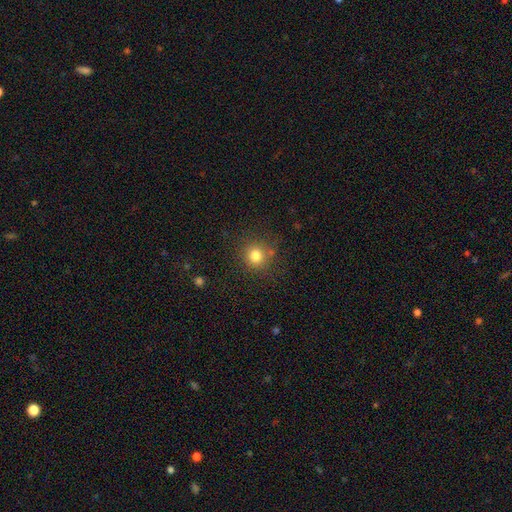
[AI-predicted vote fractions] smooth-or-featured: smooth: 80% | star or artifact: 14% | featured or disk: 7%
  how-rounded: round: 92% | in between: 7% | cigar-shaped: 1%
  merging: none: 82% | minor disturbance: 10% | merger: 4% | major disturbance: 4%